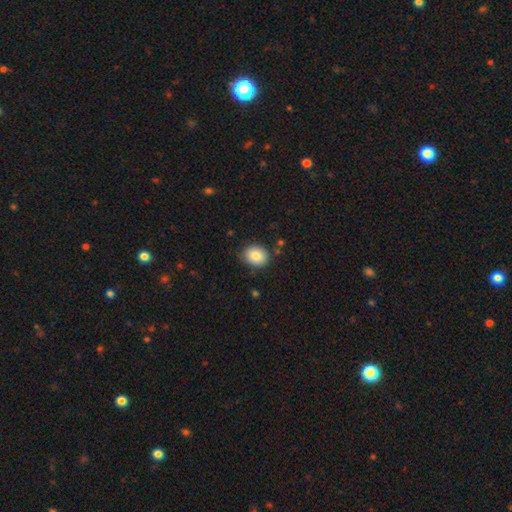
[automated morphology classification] smooth-or-featured: smooth: 85% | star or artifact: 8% | featured or disk: 7%
  how-rounded: round: 55% | in between: 44% | cigar-shaped: 1%
  merging: none: 81% | minor disturbance: 14% | major disturbance: 3% | merger: 2%